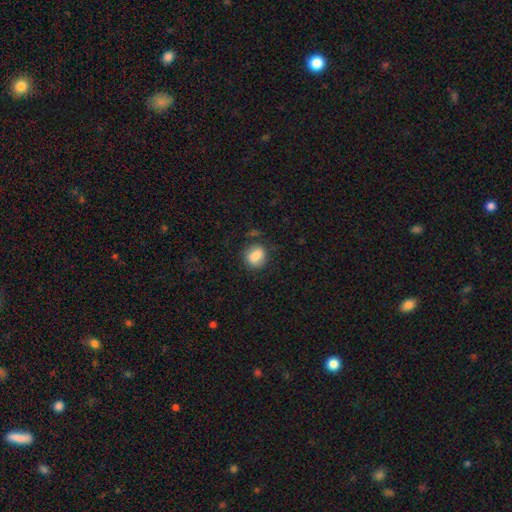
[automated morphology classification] smooth 80%, featured or disk 11%, star or artifact 9%. Down the decision tree: how rounded — round (67%); merging — none (75%).